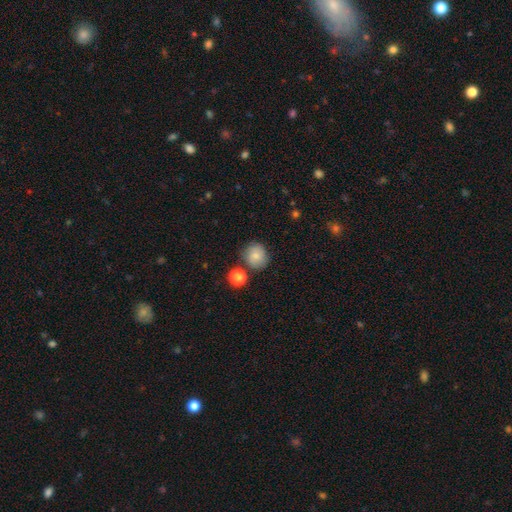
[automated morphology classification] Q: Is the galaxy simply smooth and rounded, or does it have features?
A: smooth — 79%.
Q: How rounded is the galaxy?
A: round — 85%.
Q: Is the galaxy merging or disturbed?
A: none — 76%.